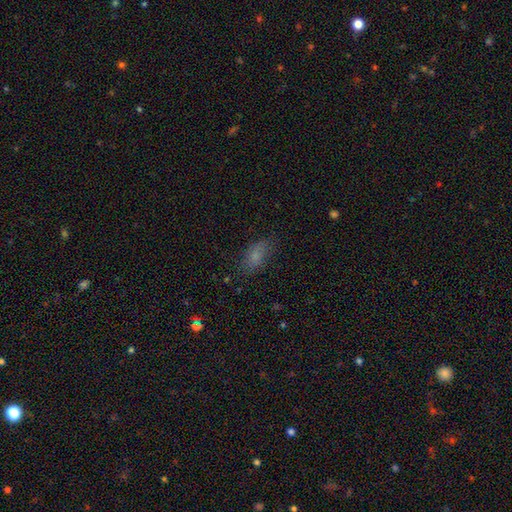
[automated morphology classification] A smooth galaxy with no disk features (75%) that is in between round and cigar-shaped (83%). Merging: none (73%).